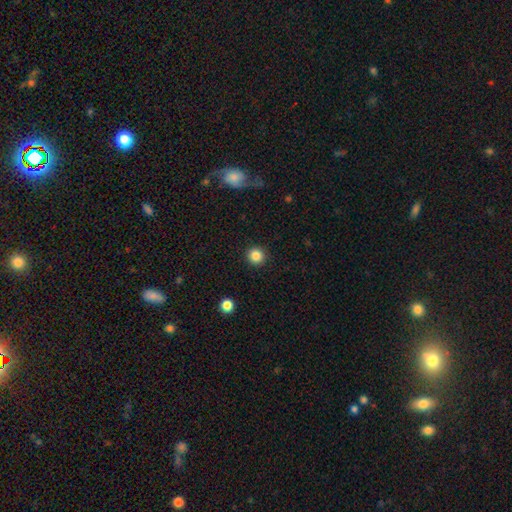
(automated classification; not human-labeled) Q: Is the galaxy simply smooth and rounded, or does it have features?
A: smooth — 85%.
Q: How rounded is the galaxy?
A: round — 94%.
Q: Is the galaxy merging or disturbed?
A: none — 92%.